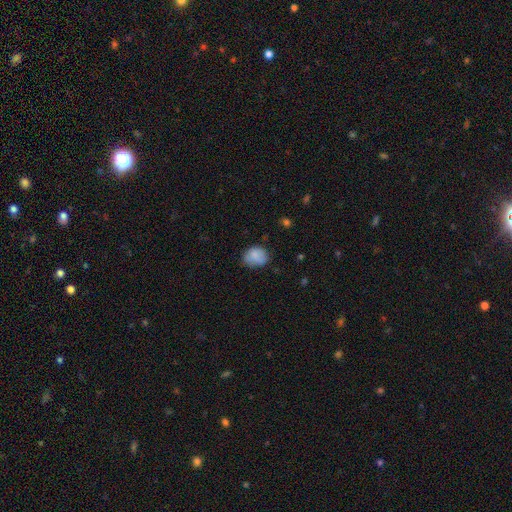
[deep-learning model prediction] Smooth or featured: smooth — 83% (featured or disk — 9%)
How rounded: in between — 54% (round — 45%)
Merging: none — 67% (minor disturbance — 26%)